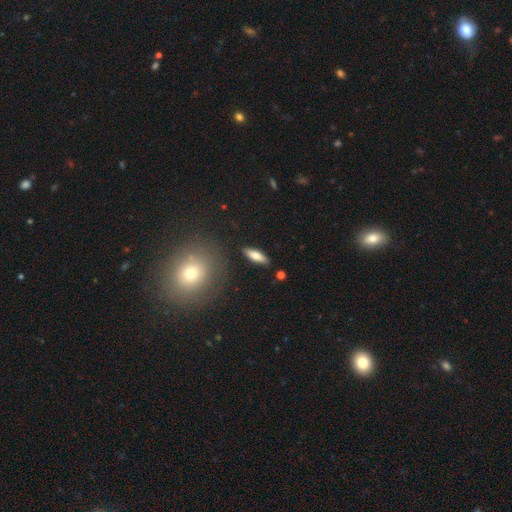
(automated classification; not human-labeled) smooth 72%, featured or disk 21%, star or artifact 7%. Down the decision tree: how rounded — in between (53%); merging — none (88%).